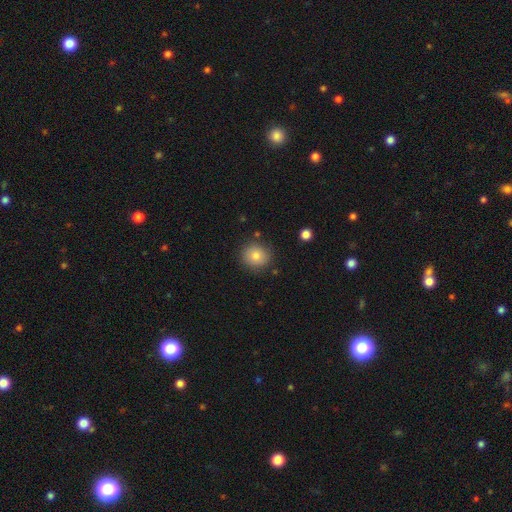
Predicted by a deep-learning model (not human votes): Smooth or featured? smooth (81%)
How rounded? round (86%)
Merging? none (87%)